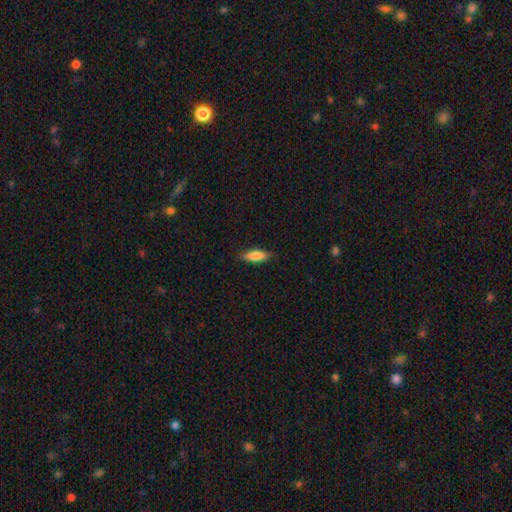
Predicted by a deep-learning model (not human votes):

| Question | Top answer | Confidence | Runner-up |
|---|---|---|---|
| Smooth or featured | smooth | 77% | featured or disk (16%) |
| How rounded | in between | 55% | cigar-shaped (43%) |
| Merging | none | 86% | minor disturbance (11%) |